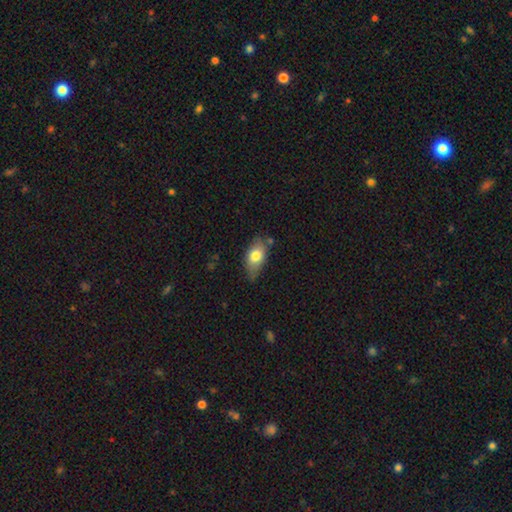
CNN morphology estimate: Smooth or featured?
  - smooth: 74% *
  - featured or disk: 19%
  - star or artifact: 7%
How rounded?
  - in between: 88% *
  - round: 7%
  - cigar-shaped: 5%
Merging?
  - none: 61% *
  - minor disturbance: 29%
  - major disturbance: 6%
  - merger: 4%